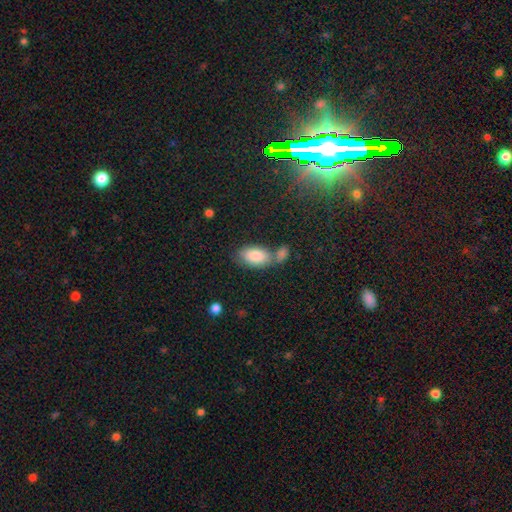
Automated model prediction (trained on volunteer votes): The model was most divided on "merging": none: 51%, merger: 30%, minor disturbance: 14%, major disturbance: 5%. More confident: how rounded — in between (93%); smooth or featured — smooth (85%).